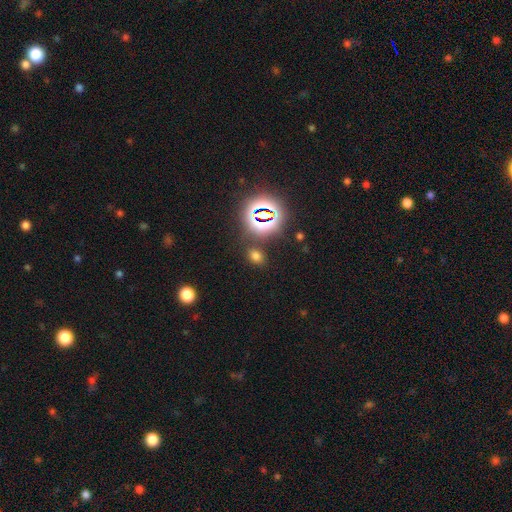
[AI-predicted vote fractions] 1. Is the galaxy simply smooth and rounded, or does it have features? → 61% smooth, 33% star or artifact, 6% featured or disk.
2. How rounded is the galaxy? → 65% in between, 34% round, 2% cigar-shaped.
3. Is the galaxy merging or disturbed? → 79% none, 10% minor disturbance, 7% merger, 4% major disturbance.